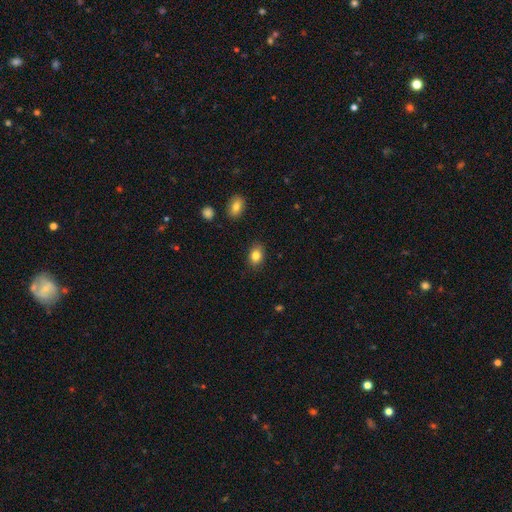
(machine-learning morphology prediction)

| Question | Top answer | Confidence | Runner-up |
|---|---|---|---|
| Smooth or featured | smooth | 83% | star or artifact (9%) |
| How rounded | in between | 73% | round (25%) |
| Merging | none | 86% | minor disturbance (10%) |